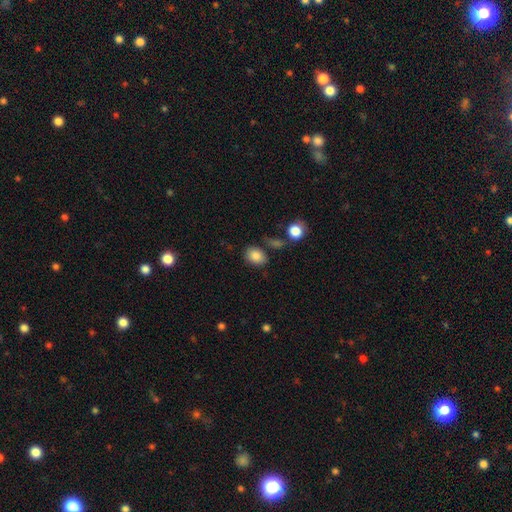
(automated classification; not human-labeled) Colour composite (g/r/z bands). It shows a smooth galaxy with no disk features (84%) that is in between round and cigar-shaped (69%). Merging: none (75%).